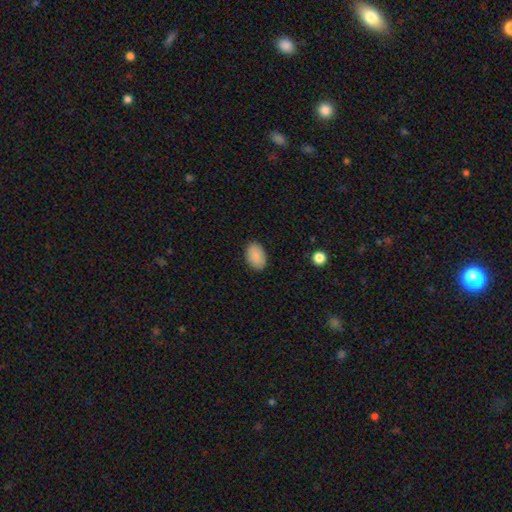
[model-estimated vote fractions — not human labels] smooth_or_featured: smooth (p=0.90) [alt: star or artifact p=0.07]
how_rounded: in between (p=0.88) [alt: round p=0.11]
merging: none (p=0.88) [alt: minor disturbance p=0.09]